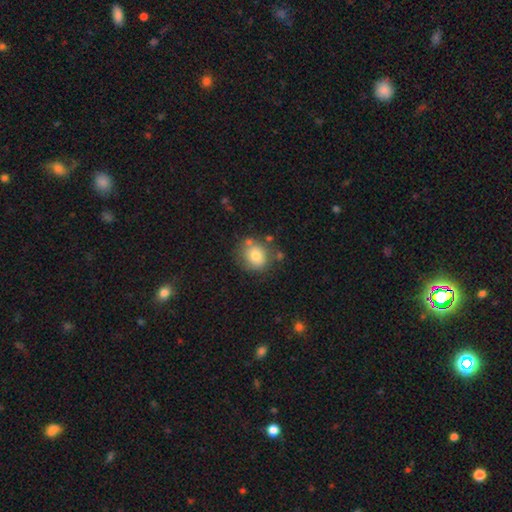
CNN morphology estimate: Smooth or featured: smooth — 76% (featured or disk — 14%)
How rounded: round — 74% (in between — 25%)
Merging: none — 69% (minor disturbance — 17%)